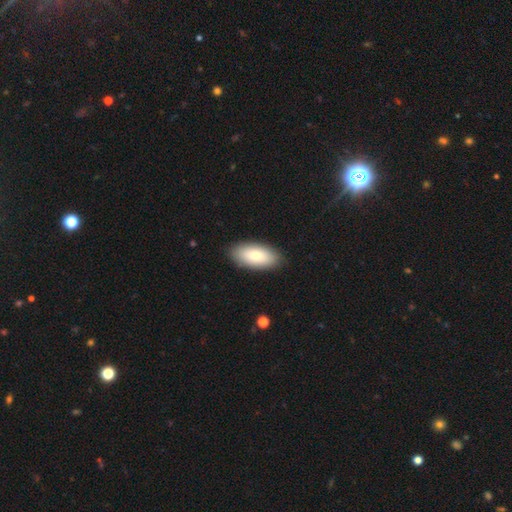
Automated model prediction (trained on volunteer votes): The model was most divided on "smooth or featured": smooth: 77%, featured or disk: 16%, star or artifact: 6%. More confident: how rounded — in between (92%); merging — none (88%).